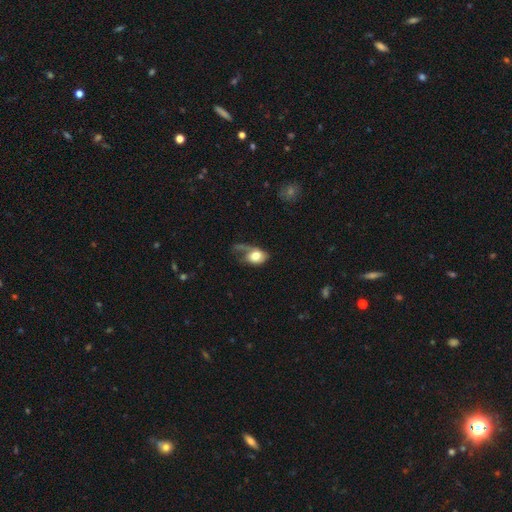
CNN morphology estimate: type=smooth (62%); roundness=in between (73%); merging=major disturbance (48%).